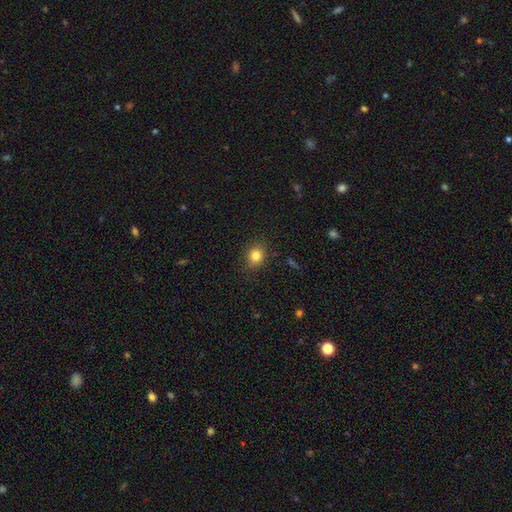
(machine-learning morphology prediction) A smooth galaxy with no disk features (83%) that is round (68%).

Vote fractions:
- Smooth or featured? smooth: 83% / star or artifact: 11% / featured or disk: 6%
- How rounded? round: 68% / in between: 31% / cigar-shaped: 1%
- Merging? none: 86% / minor disturbance: 10% / major disturbance: 3% / merger: 1%